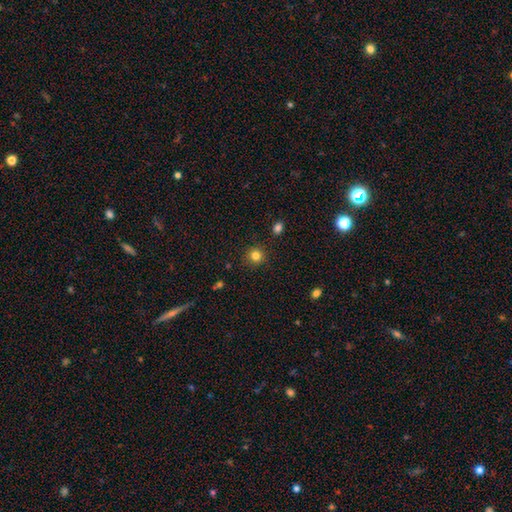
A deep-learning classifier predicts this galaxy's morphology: Smooth or featured? Predicted: smooth (p=0.82). How rounded? Predicted: round (p=0.92). Merging? Predicted: none (p=0.90).